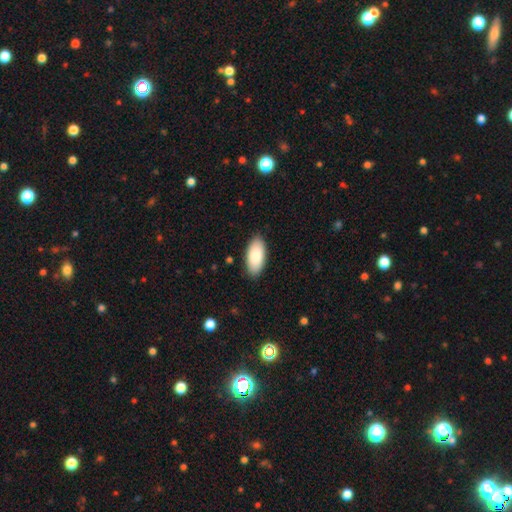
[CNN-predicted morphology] Smooth or featured? Predicted: smooth (p=0.87). How rounded? Predicted: in between (p=0.92). Merging? Predicted: none (p=0.87).